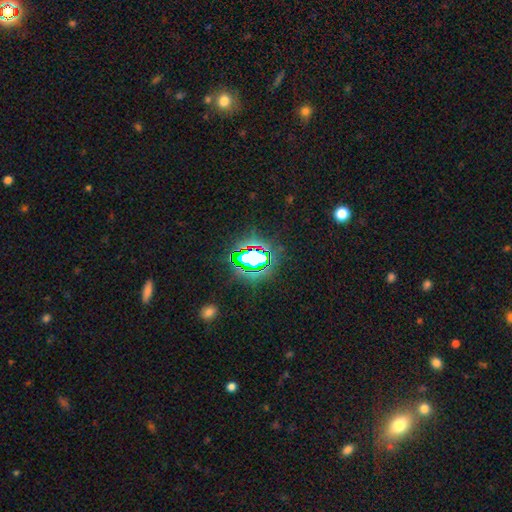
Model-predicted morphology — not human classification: Overall: star or artifact (70%).